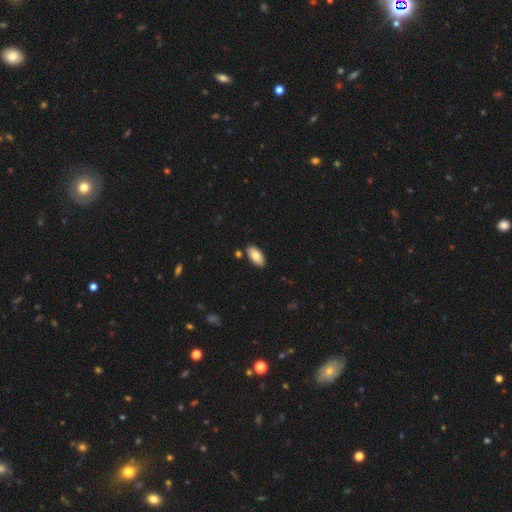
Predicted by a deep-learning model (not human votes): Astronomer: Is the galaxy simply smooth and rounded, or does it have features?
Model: smooth — 82%.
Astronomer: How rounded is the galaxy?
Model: in between — 93%.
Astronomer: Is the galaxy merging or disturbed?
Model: none — 85%.